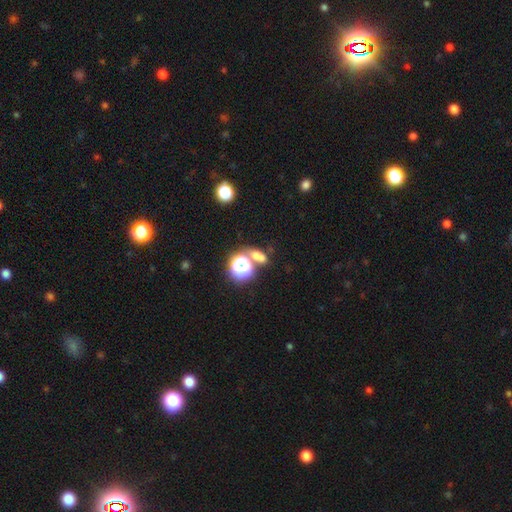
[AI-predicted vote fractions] This appears to be a smooth galaxy with no disk features (56%) that is in between round and cigar-shaped (47%). Merging: none (55%).